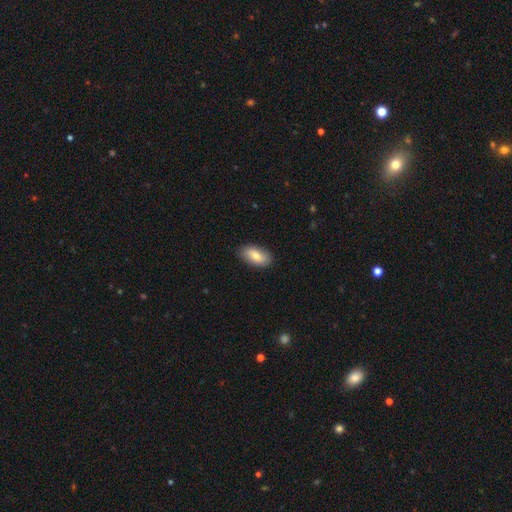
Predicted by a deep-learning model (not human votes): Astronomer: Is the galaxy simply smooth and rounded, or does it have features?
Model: smooth — 74%.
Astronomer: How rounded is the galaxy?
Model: in between — 92%.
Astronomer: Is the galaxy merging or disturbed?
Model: none — 86%.